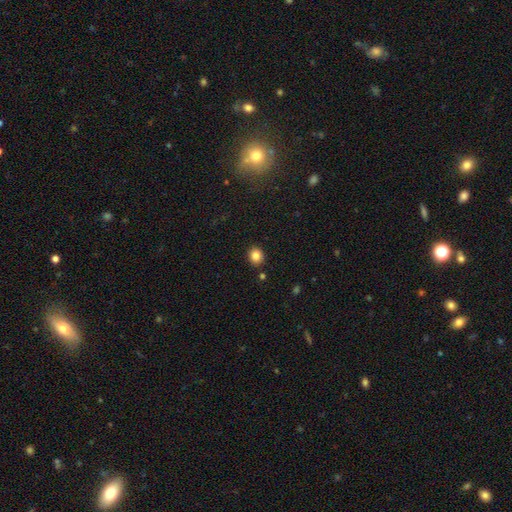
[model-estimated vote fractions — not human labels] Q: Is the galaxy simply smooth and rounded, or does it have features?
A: smooth — 84%.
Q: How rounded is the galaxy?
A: round — 70%.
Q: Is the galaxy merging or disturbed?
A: none — 88%.